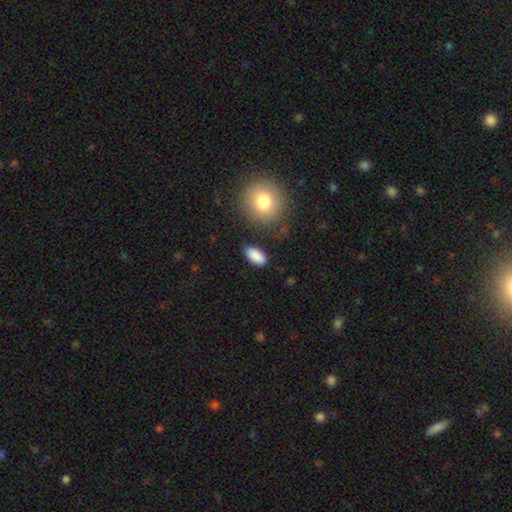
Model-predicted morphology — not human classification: This appears to be a smooth galaxy with no disk features (88%) that is in between round and cigar-shaped (90%). Merging: none (81%).